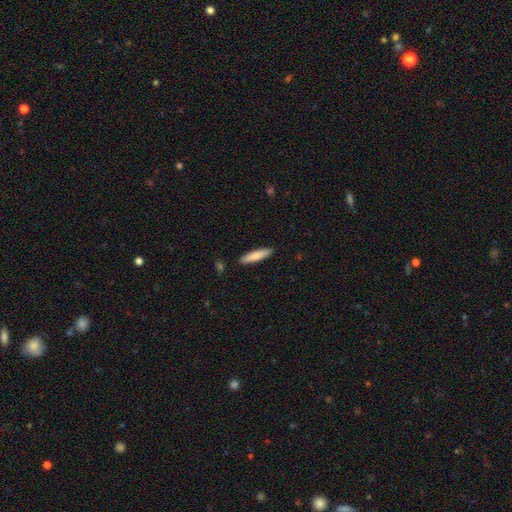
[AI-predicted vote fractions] The model was most divided on "how rounded": cigar-shaped: 81%, in between: 18%, round: 1%. More confident: merging — none (90%); smooth or featured — smooth (80%).